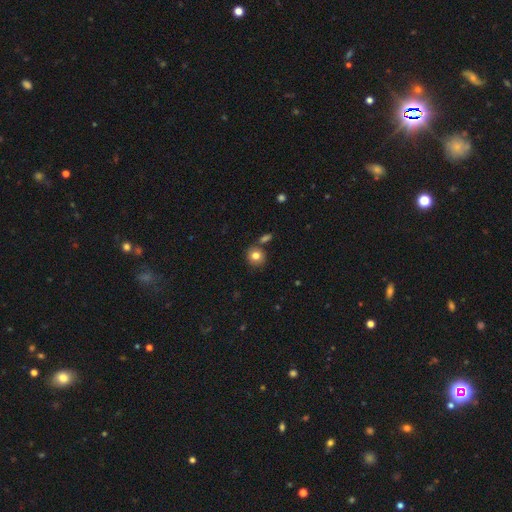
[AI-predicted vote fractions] A smooth galaxy with no disk features (81%) that is round (86%). Merging: none (75%).